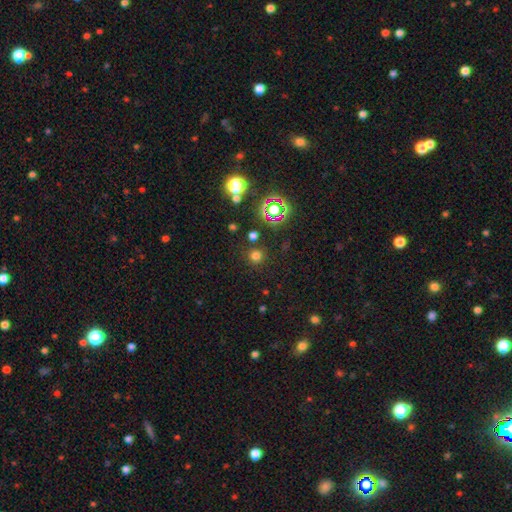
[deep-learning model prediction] Smooth or featured?
  - smooth: 69% *
  - star or artifact: 26%
  - featured or disk: 6%
How rounded?
  - round: 94% *
  - in between: 5%
  - cigar-shaped: 1%
Merging?
  - none: 86% *
  - minor disturbance: 7%
  - major disturbance: 3%
  - merger: 3%